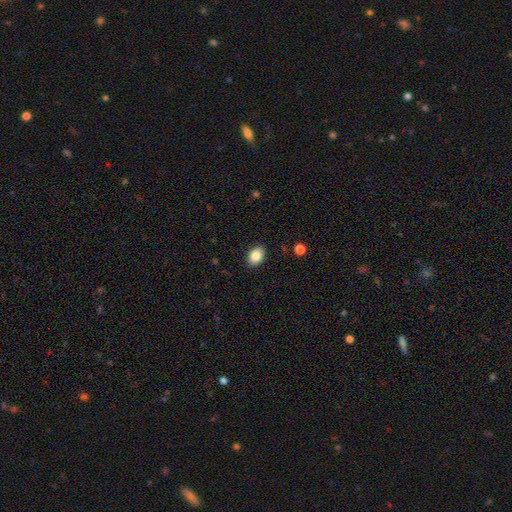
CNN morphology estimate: Smooth or featured? Predicted: smooth (p=0.87). How rounded? Predicted: in between (p=0.78). Merging? Predicted: none (p=0.88).